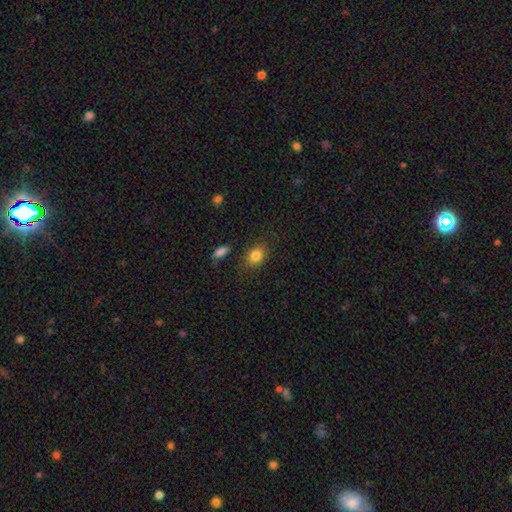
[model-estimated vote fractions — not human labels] A smooth galaxy with no disk features (83%) that is in between round and cigar-shaped (62%). Merging: none (78%).